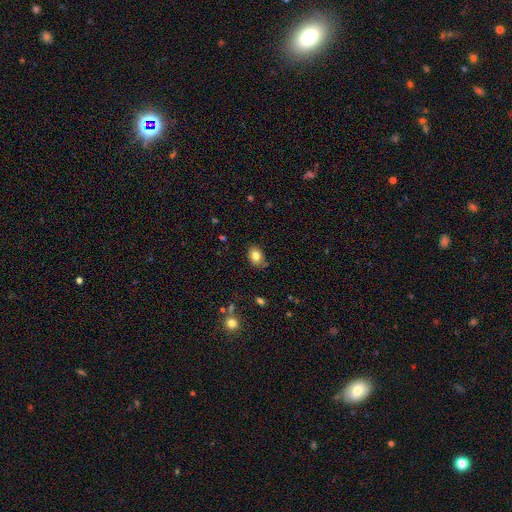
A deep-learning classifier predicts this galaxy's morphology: smooth 82%, star or artifact 10%, featured or disk 8%. Down the decision tree: how rounded — in between (65%); merging — none (78%).